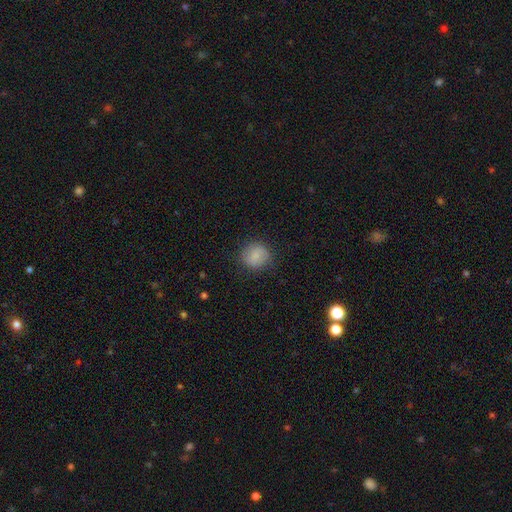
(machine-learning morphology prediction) smooth 83%, featured or disk 9%, star or artifact 8%. Down the decision tree: how rounded — round (87%); merging — none (83%).